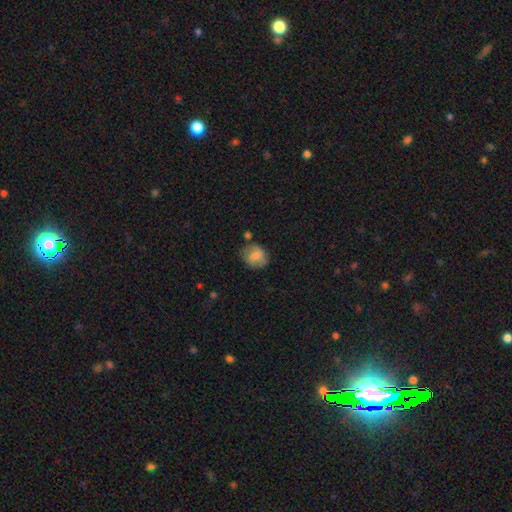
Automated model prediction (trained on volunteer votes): Morphology: type=smooth (66%); roundness=round (68%); merging=none (67%).